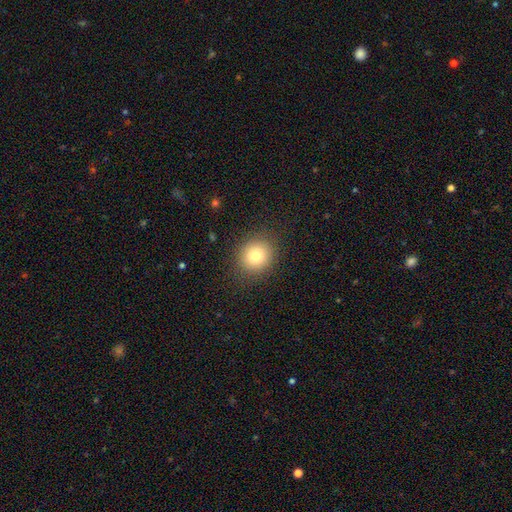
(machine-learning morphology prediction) A smooth galaxy with no disk features (78%) that is round (85%).

Vote fractions:
- Smooth or featured? smooth: 78% / star or artifact: 12% / featured or disk: 10%
- How rounded? round: 85% / in between: 14% / cigar-shaped: 1%
- Merging? none: 88% / minor disturbance: 8% / major disturbance: 3% / merger: 1%